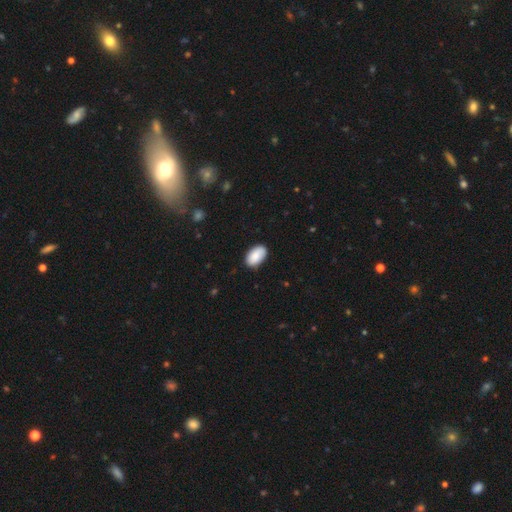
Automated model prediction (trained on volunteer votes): A smooth galaxy with no disk features (87%) that is in between round and cigar-shaped (94%).

Vote fractions:
- Smooth or featured? smooth: 87% / featured or disk: 7% / star or artifact: 6%
- How rounded? in between: 94% / round: 5% / cigar-shaped: 1%
- Merging? none: 84% / minor disturbance: 12% / major disturbance: 2% / merger: 1%